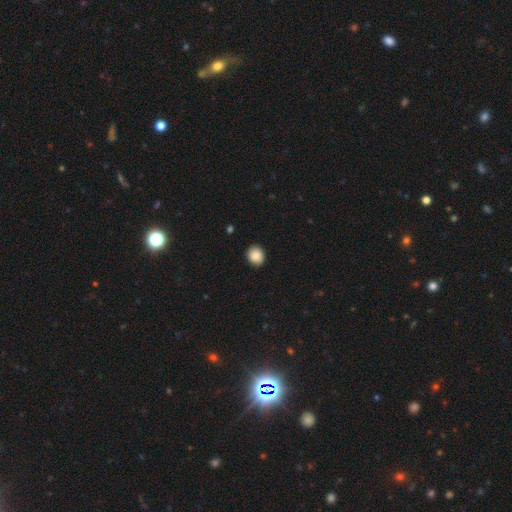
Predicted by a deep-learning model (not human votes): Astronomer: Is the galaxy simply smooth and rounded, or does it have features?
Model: smooth — 88%.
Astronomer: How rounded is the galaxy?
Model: round — 74%.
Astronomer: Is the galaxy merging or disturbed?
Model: none — 89%.